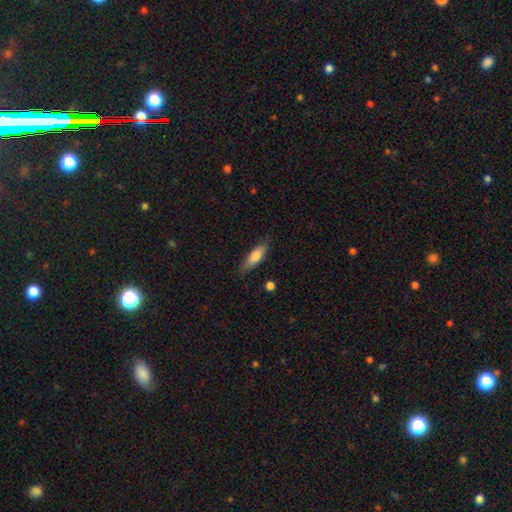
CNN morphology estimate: Smooth or featured? Predicted: smooth (p=0.73). How rounded? Predicted: cigar-shaped (p=0.51). Merging? Predicted: none (p=0.76).